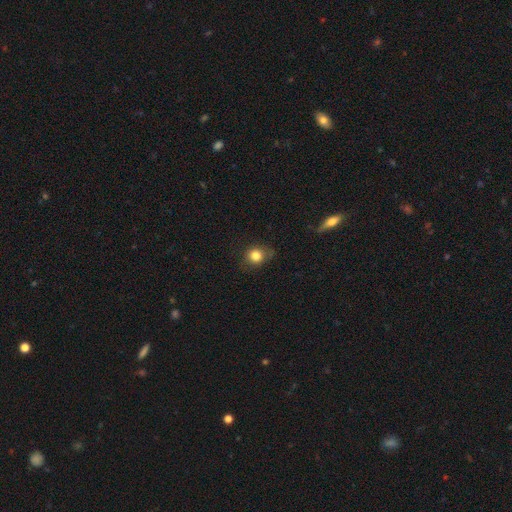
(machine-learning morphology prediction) This is clearly a smooth galaxy (81%). How rounded: likely round (76%). Merging: likely none (73%).